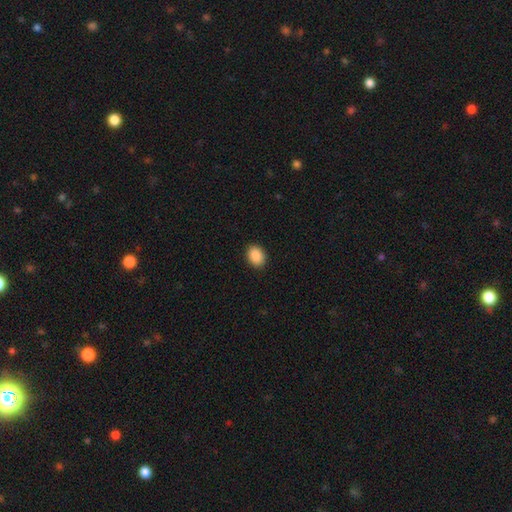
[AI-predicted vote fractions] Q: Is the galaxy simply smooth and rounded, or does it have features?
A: smooth — 90%.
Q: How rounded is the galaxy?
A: in between — 68%.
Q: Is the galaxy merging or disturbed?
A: none — 90%.